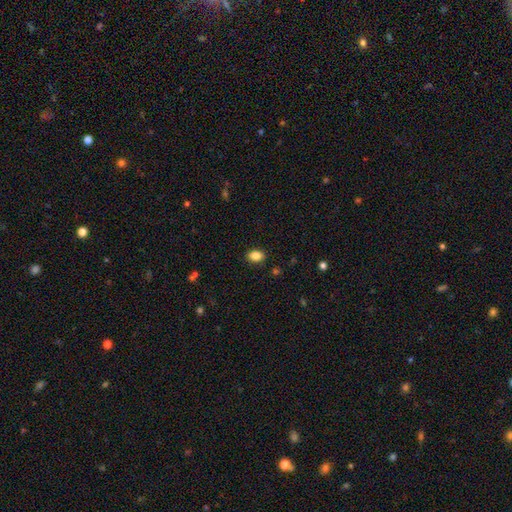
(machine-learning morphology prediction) Overall: smooth (86%). How rounded: in between (80%). Merging: none (88%).